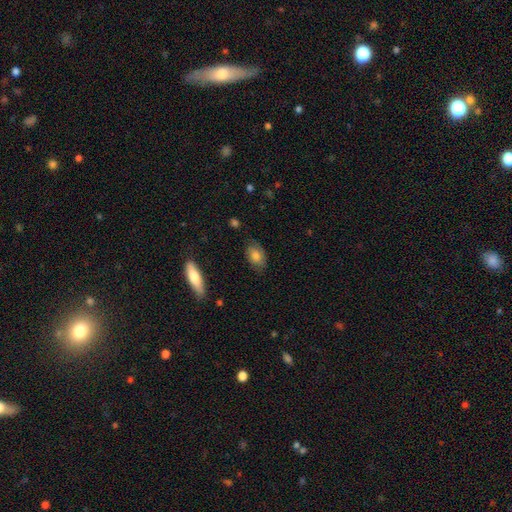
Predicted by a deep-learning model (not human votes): smooth-or-featured: smooth: 72% | featured or disk: 20% | star or artifact: 8%
  how-rounded: in between: 84% | round: 14% | cigar-shaped: 2%
  merging: none: 75% | minor disturbance: 19% | major disturbance: 5% | merger: 1%